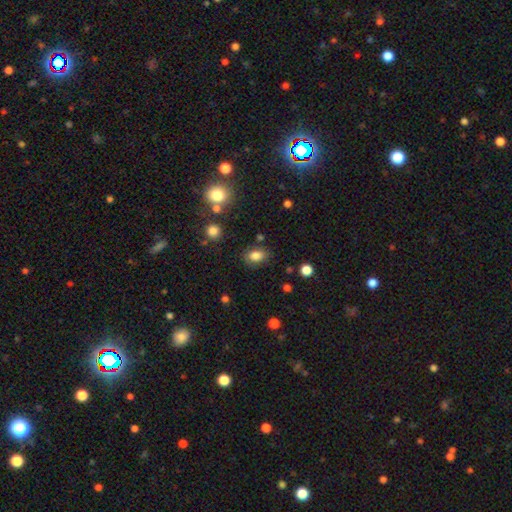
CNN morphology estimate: smooth 82%, star or artifact 10%, featured or disk 8%. Down the decision tree: how rounded — in between (83%); merging — none (80%).